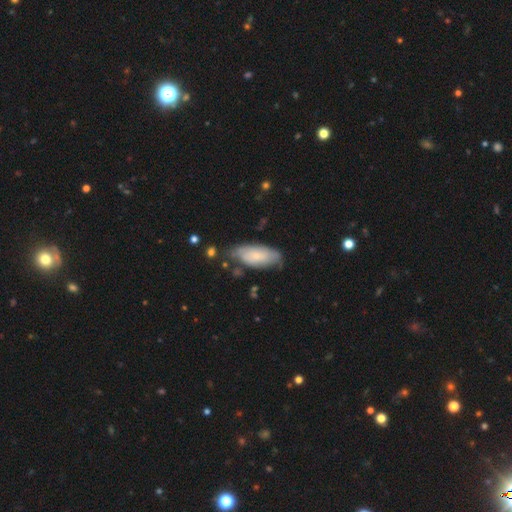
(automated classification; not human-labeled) Morphology: type=smooth (63%); roundness=in between (85%); merging=none (60%).